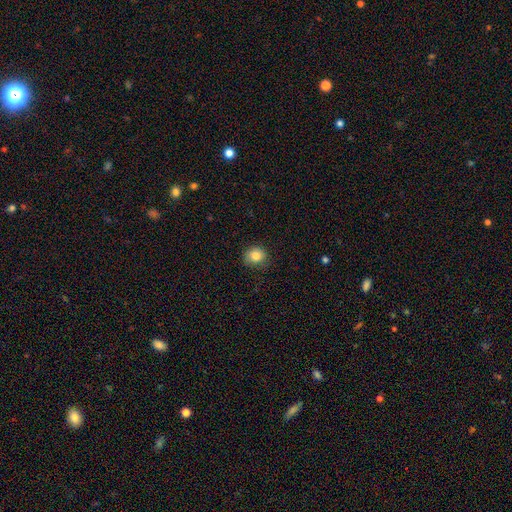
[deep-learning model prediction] Smooth or featured? Predicted: smooth (p=0.83). How rounded? Predicted: round (p=0.80). Merging? Predicted: none (p=0.82).